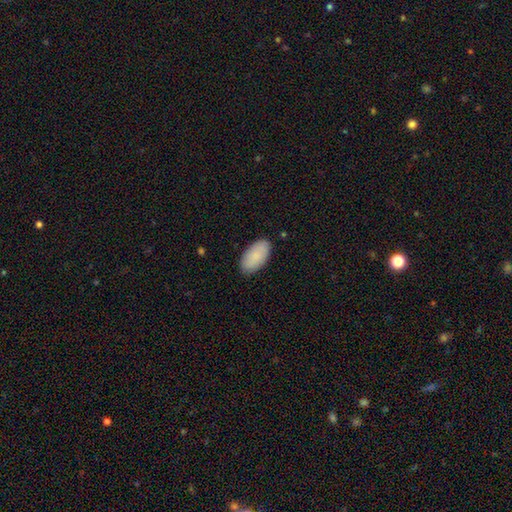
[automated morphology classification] smooth-or-featured: smooth: 87% | featured or disk: 7% | star or artifact: 6%
  how-rounded: in between: 96% | cigar-shaped: 2% | round: 2%
  merging: none: 86% | minor disturbance: 11% | major disturbance: 2% | merger: 1%